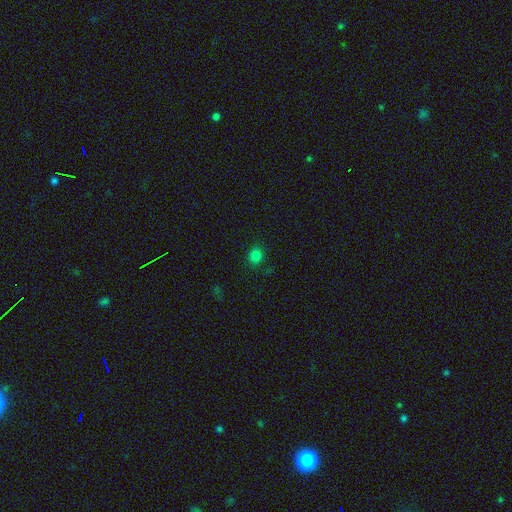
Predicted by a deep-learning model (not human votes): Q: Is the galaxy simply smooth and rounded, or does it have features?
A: smooth — 80%.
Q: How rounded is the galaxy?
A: round — 80%.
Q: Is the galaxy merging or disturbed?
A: none — 85%.